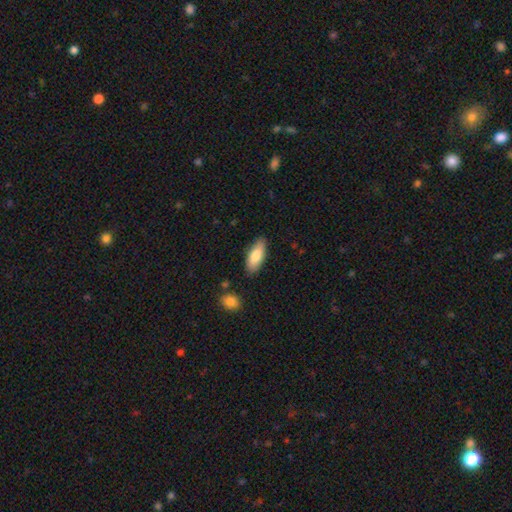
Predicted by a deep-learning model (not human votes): A smooth galaxy with no disk features (79%) that is in between round and cigar-shaped (76%).

Vote fractions:
- Smooth or featured? smooth: 79% / featured or disk: 15% / star or artifact: 6%
- How rounded? in between: 76% / cigar-shaped: 22% / round: 2%
- Merging? none: 85% / minor disturbance: 11% / major disturbance: 2% / merger: 2%